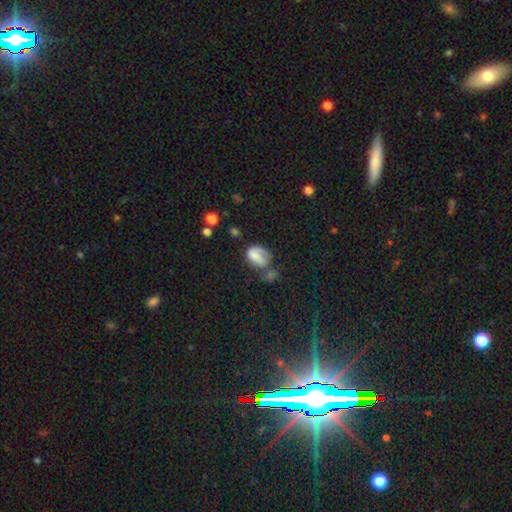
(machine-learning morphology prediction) Smooth or featured: smooth — 62% (featured or disk — 26%)
How rounded: in between — 77% (round — 21%)
Merging: none — 30% (merger — 26%)